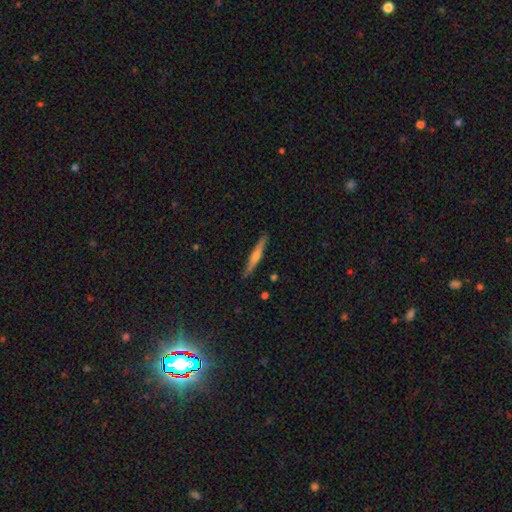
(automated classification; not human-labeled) A featured or disk galaxy (55%) viewed edge-on (97%) with a rounded central bulge (71%). Merging: none (89%).